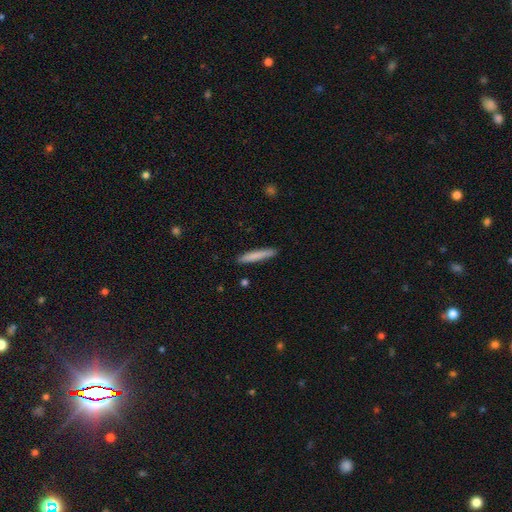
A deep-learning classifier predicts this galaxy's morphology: Smooth or featured: smooth — 78% (featured or disk — 16%)
How rounded: cigar-shaped — 95% (in between — 4%)
Merging: none — 88% (minor disturbance — 9%)